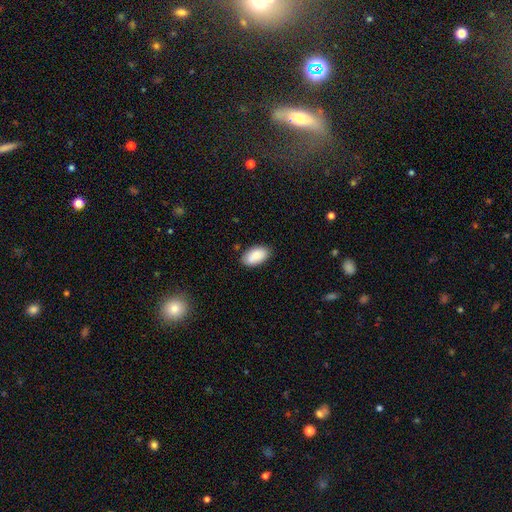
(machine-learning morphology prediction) Smooth or featured? smooth (87%)
How rounded? in between (95%)
Merging? none (83%)